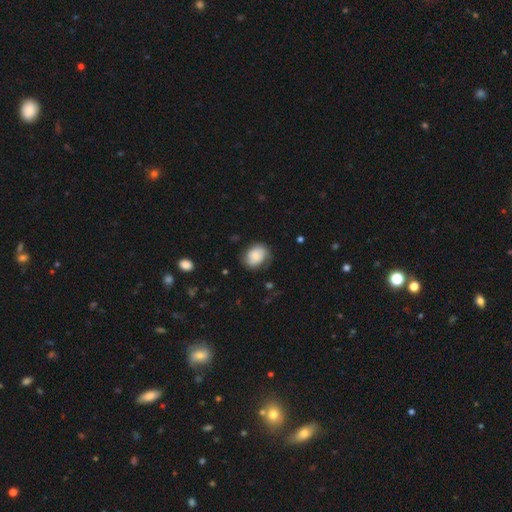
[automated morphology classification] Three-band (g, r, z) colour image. It shows a smooth galaxy with no disk features (64%) that is in between round and cigar-shaped (53%). Merging: none (64%).